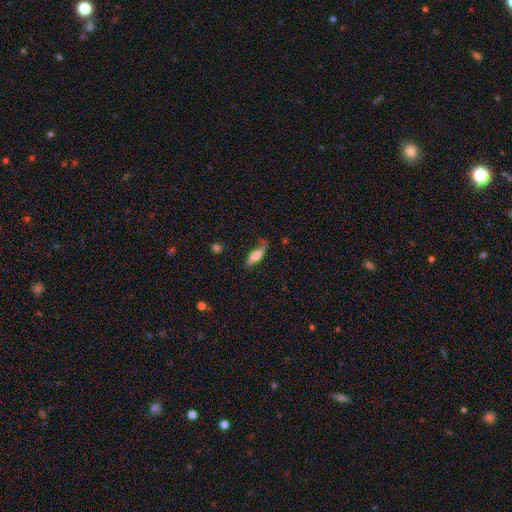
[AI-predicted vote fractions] Smooth or featured? smooth (66%)
How rounded? in between (53%)
Merging? none (51%)